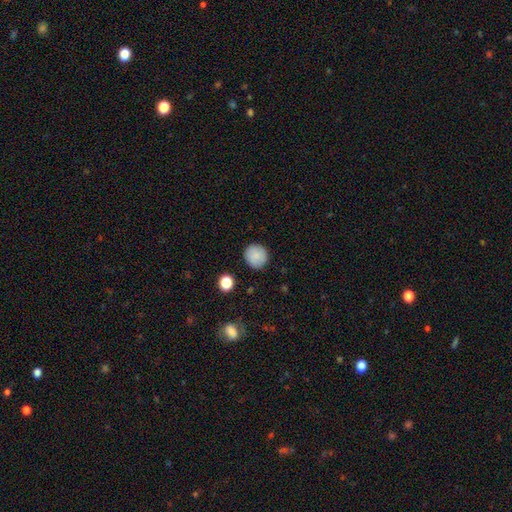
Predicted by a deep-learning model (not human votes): smooth 86%, star or artifact 9%, featured or disk 6%. Down the decision tree: how rounded — round (93%); merging — none (88%).